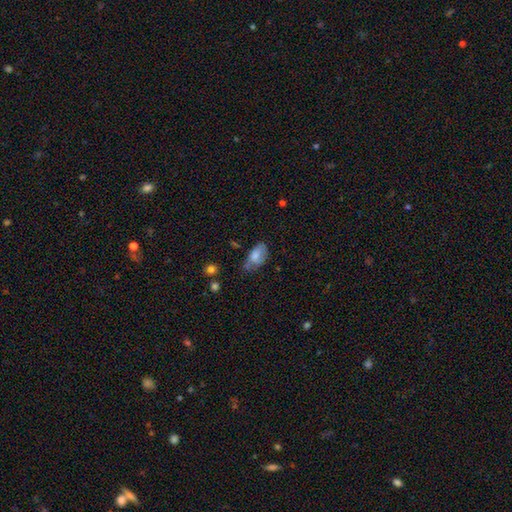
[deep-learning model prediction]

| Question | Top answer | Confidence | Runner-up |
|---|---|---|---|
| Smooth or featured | smooth | 73% | featured or disk (19%) |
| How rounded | in between | 92% | round (5%) |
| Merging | none | 44% | minor disturbance (38%) |